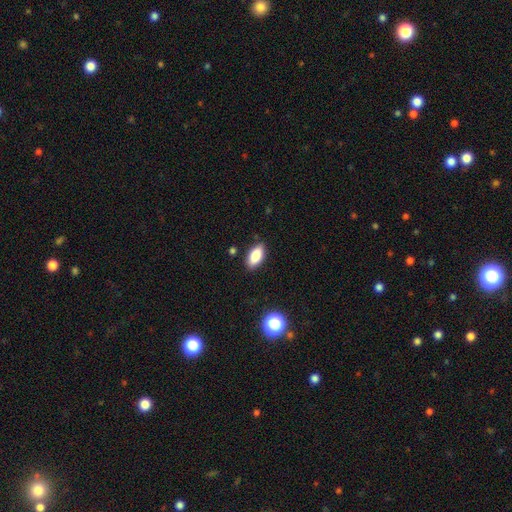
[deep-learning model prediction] smooth-or-featured: smooth: 85% | star or artifact: 8% | featured or disk: 7%
  how-rounded: in between: 89% | cigar-shaped: 7% | round: 3%
  merging: none: 87% | minor disturbance: 10% | major disturbance: 2% | merger: 2%